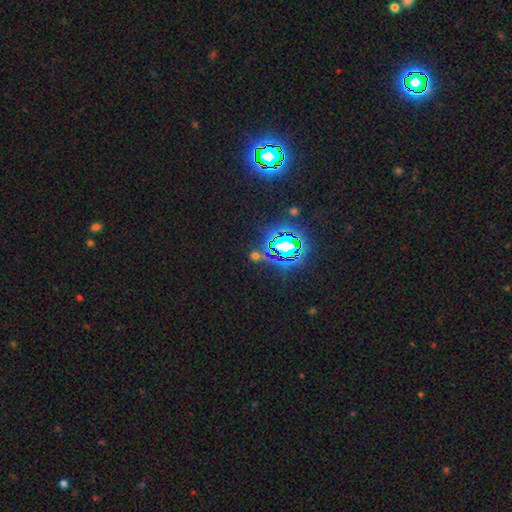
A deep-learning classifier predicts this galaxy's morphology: Smooth or featured: star or artifact — 63% (smooth — 28%)